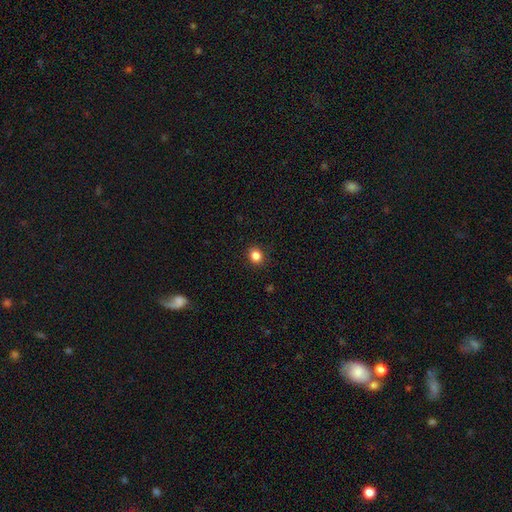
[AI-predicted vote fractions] This appears to be a smooth galaxy with no disk features (84%) that is round (68%). Merging: none (90%).